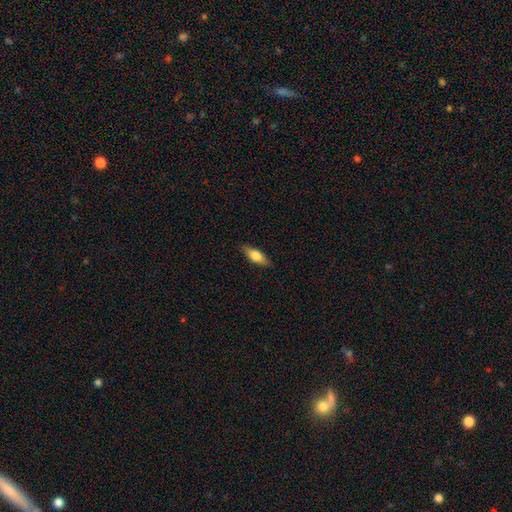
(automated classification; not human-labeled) Q: Smooth or featured?
A: smooth (69%); runner-up: featured or disk (25%)
Q: How rounded?
A: in between (66%); runner-up: cigar-shaped (31%)
Q: Merging?
A: none (86%); runner-up: minor disturbance (11%)